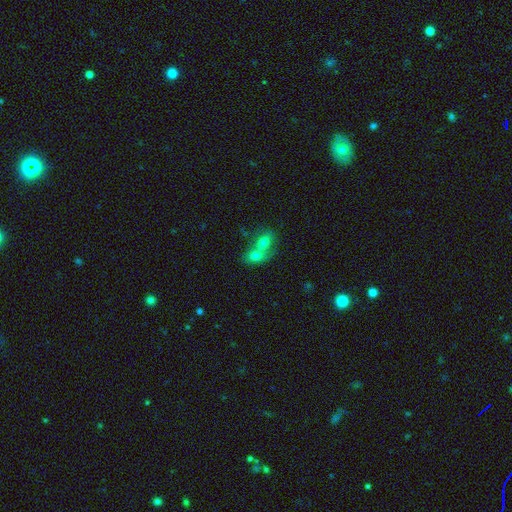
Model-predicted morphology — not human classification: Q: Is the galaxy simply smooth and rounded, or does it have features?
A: smooth — 72%.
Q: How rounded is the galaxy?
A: in between — 62%.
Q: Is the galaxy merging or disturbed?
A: merger — 75%.